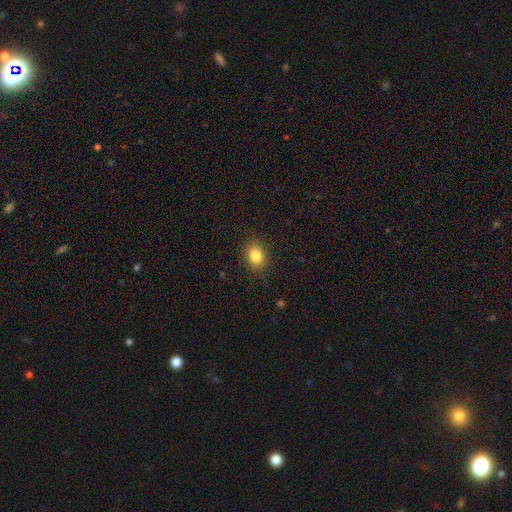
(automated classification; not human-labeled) smooth_or_featured: smooth (p=0.83) [alt: star or artifact p=0.11]
how_rounded: round (p=0.51) [alt: in between p=0.48]
merging: none (p=0.89) [alt: minor disturbance p=0.08]